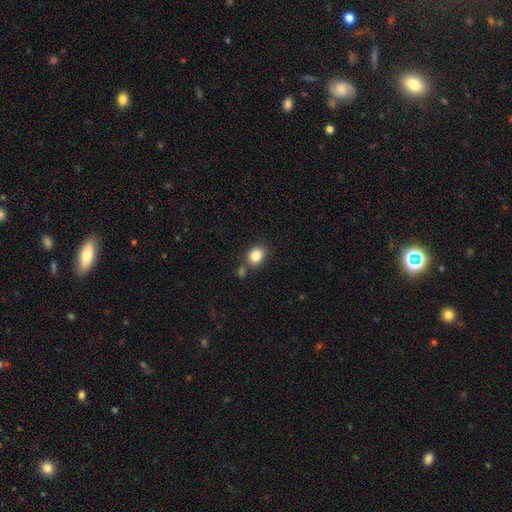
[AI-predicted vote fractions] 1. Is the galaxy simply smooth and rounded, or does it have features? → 84% smooth, 10% star or artifact, 6% featured or disk.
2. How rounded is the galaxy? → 55% round, 44% in between, 1% cigar-shaped.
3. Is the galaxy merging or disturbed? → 72% none, 13% merger, 12% minor disturbance, 3% major disturbance.